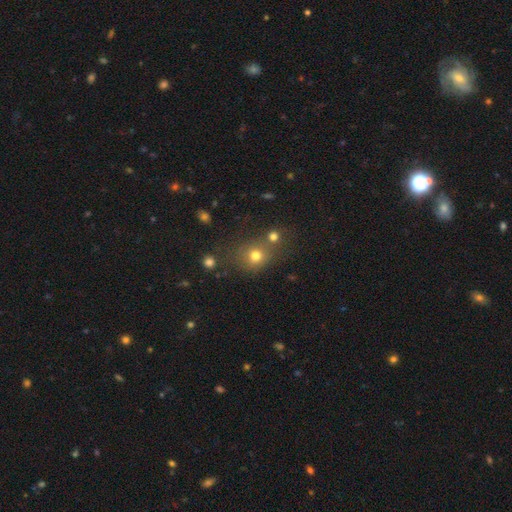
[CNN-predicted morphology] A smooth galaxy with no disk features (74%) that is round (80%).

Vote fractions:
- Smooth or featured? smooth: 74% / star or artifact: 17% / featured or disk: 9%
- How rounded? round: 80% / in between: 19% / cigar-shaped: 1%
- Merging? none: 60% / merger: 24% / minor disturbance: 11% / major disturbance: 6%